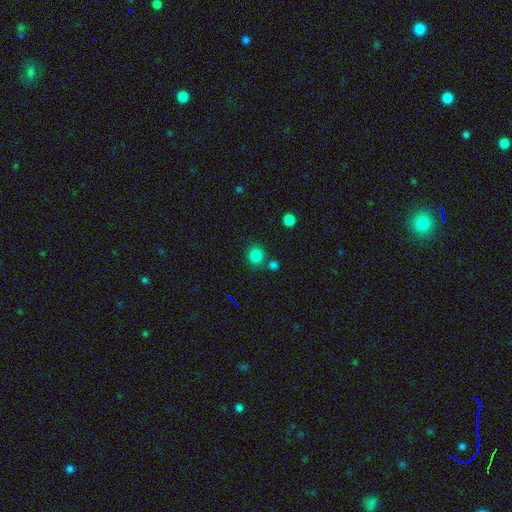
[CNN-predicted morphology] The model was most divided on "merging": none: 76%, merger: 12%, minor disturbance: 9%, major disturbance: 3%. More confident: how rounded — round (88%); smooth or featured — smooth (83%).